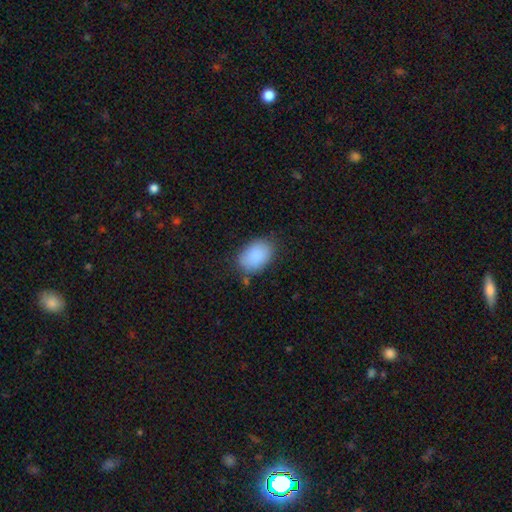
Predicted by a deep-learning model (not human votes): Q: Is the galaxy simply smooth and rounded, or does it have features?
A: smooth — 89%.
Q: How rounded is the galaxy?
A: in between — 85%.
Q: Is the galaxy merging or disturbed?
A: none — 76%.